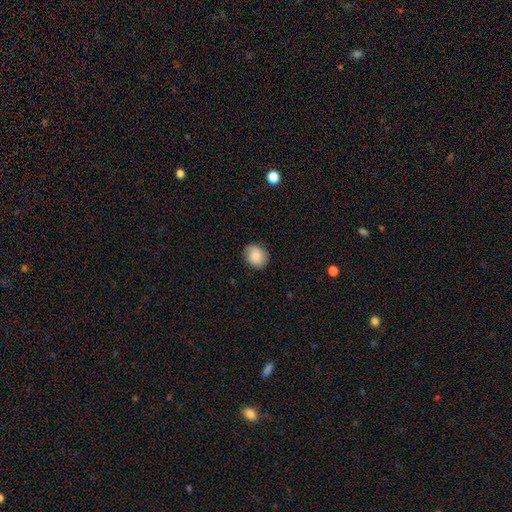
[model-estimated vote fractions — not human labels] Overall: smooth (83%). How rounded: round (68%; in between 31%). Merging: none (84%).